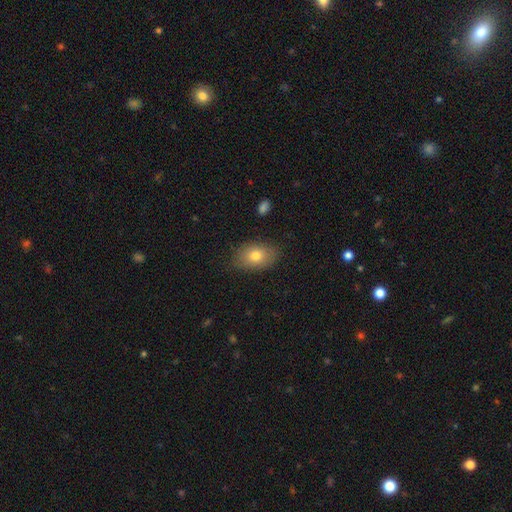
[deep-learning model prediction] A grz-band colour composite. It shows a smooth galaxy with no disk features (78%) that is in between round and cigar-shaped (85%). Merging: none (82%).